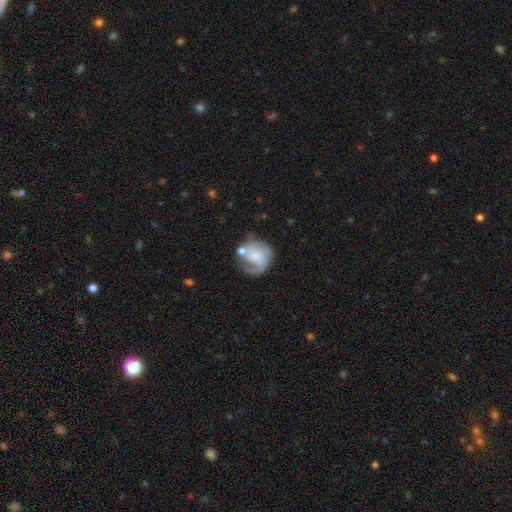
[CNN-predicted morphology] The model was most divided on "bulge size": none: 38%, small: 25%, moderate: 19%, large: 13%, dominant: 5%. Remaining: edge-on disk — no (98%); spiral arms — yes (80%); bar — no (73%); smooth or featured — featured or disk (56%); merging — none (43%).